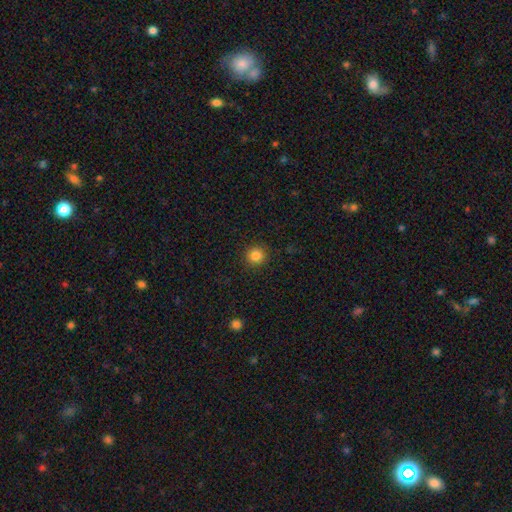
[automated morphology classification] Smooth or featured? smooth (84%)
How rounded? round (94%)
Merging? none (92%)